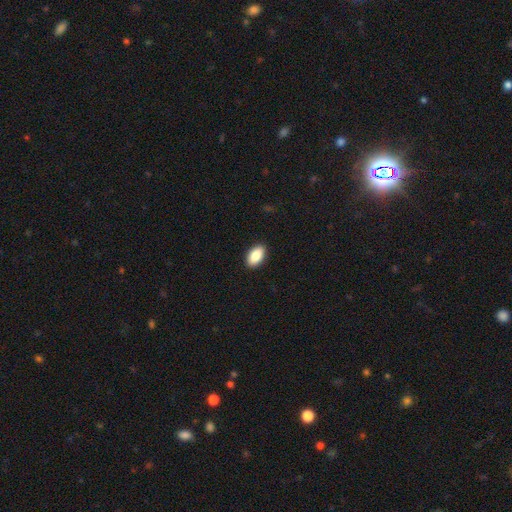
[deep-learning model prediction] This is clearly a smooth galaxy (88%). How rounded: clearly in between (94%). Merging: clearly none (91%).